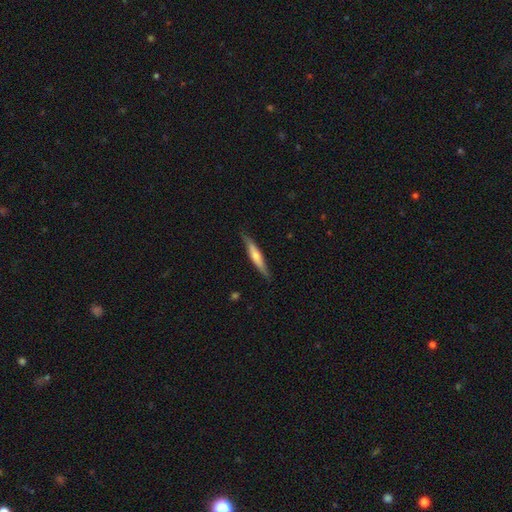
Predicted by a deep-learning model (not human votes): Q: Smooth or featured?
A: smooth (51%); runner-up: featured or disk (44%)
Q: How rounded?
A: cigar-shaped (90%); runner-up: in between (9%)
Q: Merging?
A: none (83%); runner-up: minor disturbance (14%)